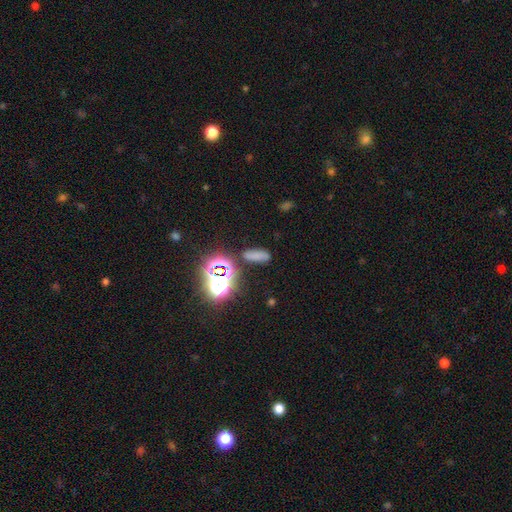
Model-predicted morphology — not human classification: Smooth or featured? smooth (61%)
How rounded? in between (62%)
Merging? none (75%)